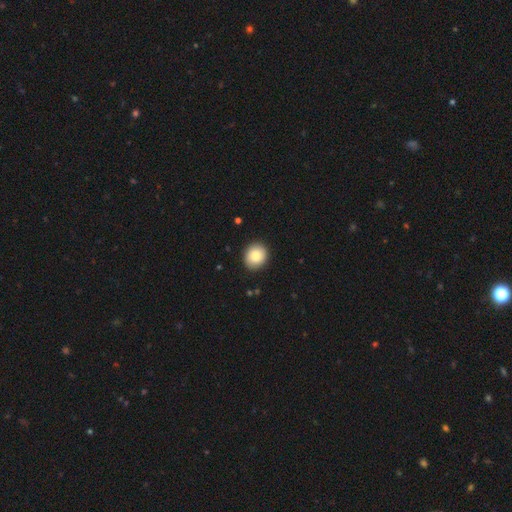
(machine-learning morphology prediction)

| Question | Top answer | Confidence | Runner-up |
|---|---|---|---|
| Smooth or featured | smooth | 85% | star or artifact (8%) |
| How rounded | round | 80% | in between (19%) |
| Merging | none | 90% | minor disturbance (7%) |